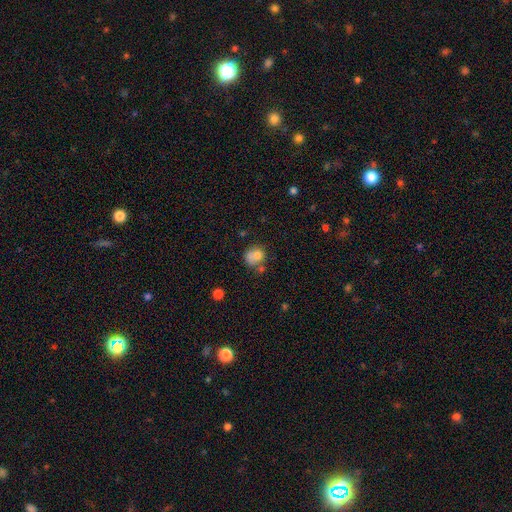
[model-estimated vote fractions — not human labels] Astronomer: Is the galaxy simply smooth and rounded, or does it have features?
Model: smooth — 75%.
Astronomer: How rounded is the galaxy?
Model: round — 72%.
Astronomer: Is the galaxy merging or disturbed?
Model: none — 43% (runner-up: merger, 27%).